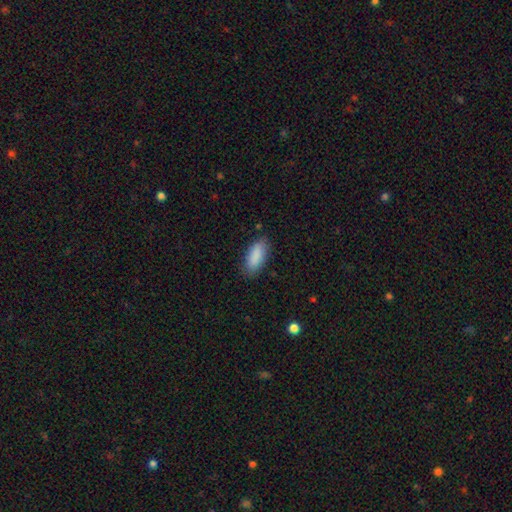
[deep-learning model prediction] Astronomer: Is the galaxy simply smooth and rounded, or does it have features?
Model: smooth — 89%.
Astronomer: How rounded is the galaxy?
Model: in between — 79%.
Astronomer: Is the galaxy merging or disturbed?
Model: none — 82%.